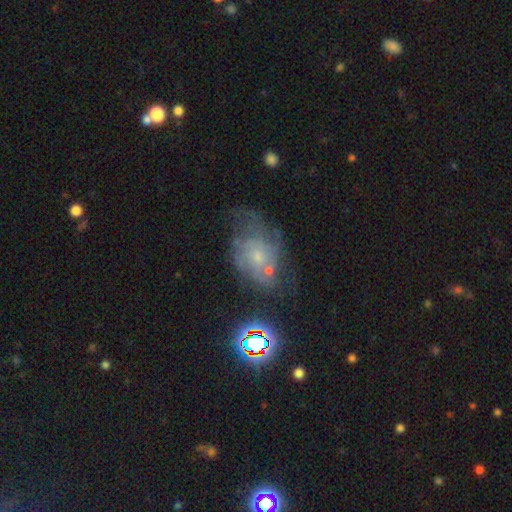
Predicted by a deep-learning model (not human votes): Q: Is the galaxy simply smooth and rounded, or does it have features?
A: featured or disk — 59%.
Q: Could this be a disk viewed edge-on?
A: no — 97%.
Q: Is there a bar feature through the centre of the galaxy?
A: no — 79%.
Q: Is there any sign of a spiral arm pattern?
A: yes — 72%.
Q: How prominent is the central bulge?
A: small — 58%.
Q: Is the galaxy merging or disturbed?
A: none — 37%.